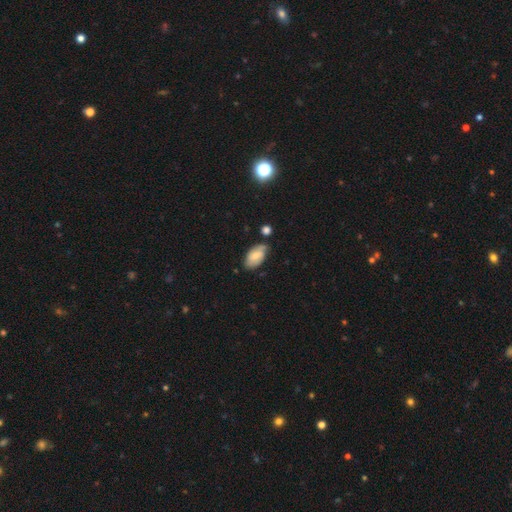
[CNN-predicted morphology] smooth-or-featured: smooth: 52% | featured or disk: 41% | star or artifact: 7%
  how-rounded: in between: 93% | round: 5% | cigar-shaped: 2%
  merging: none: 63% | minor disturbance: 26% | merger: 6% | major disturbance: 5%